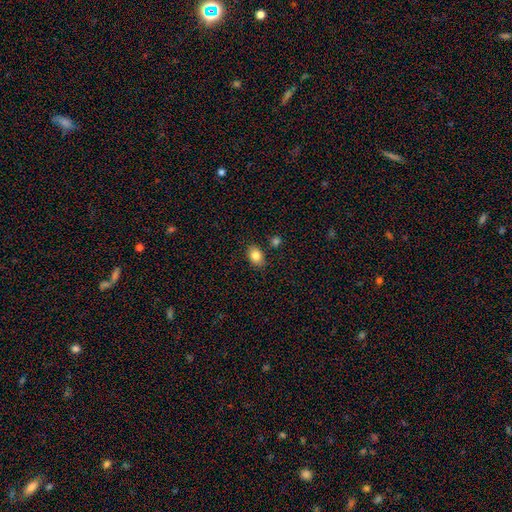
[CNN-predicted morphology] smooth_or_featured: smooth (p=0.83) [alt: star or artifact p=0.09]
how_rounded: in between (p=0.75) [alt: round p=0.24]
merging: none (p=0.83) [alt: minor disturbance p=0.11]